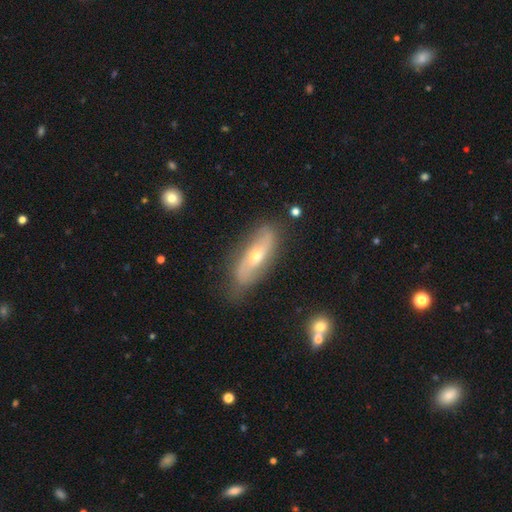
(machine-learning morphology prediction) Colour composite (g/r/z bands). It shows a featured or disk galaxy (70%) with no bar (57%), spiral arms (80%) and a moderate central bulge (52%). Merging: none (76%).